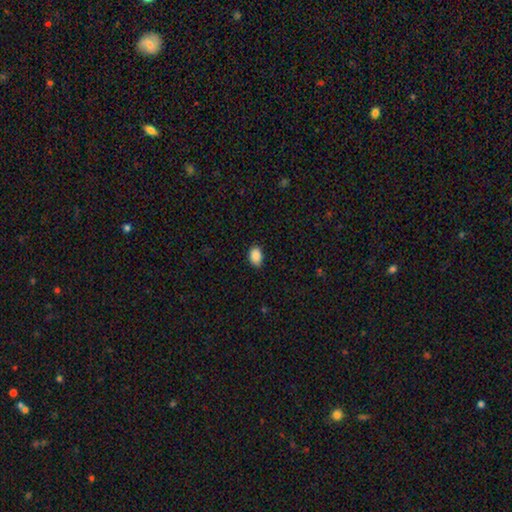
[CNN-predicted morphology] Smooth or featured?
  - smooth: 89% *
  - star or artifact: 8%
  - featured or disk: 3%
How rounded?
  - in between: 81% *
  - round: 18%
  - cigar-shaped: 1%
Merging?
  - none: 83% *
  - minor disturbance: 14%
  - major disturbance: 2%
  - merger: 1%